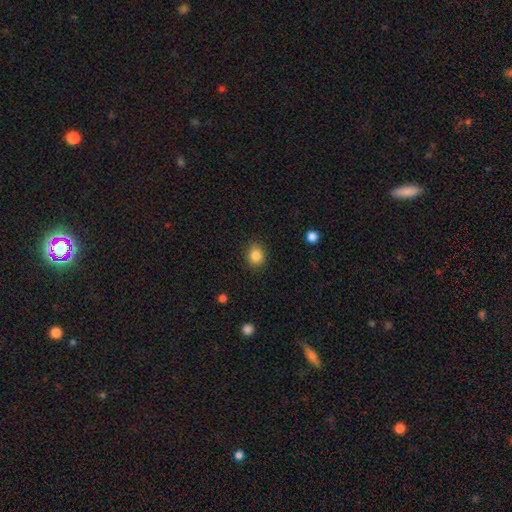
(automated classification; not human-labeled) This is clearly a smooth galaxy (86%). How rounded: likely round (67%). Merging: clearly none (89%).